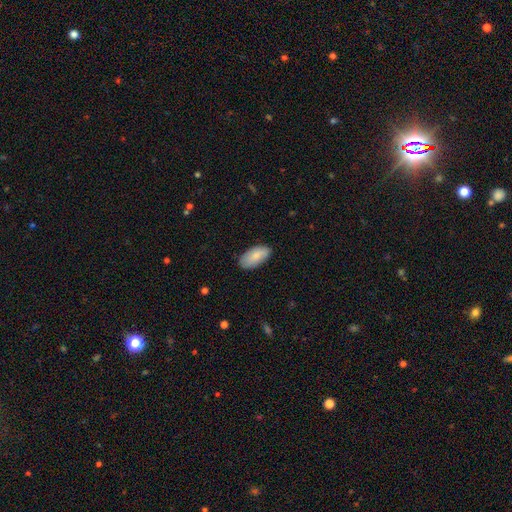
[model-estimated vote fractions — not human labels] smooth 84%, featured or disk 10%, star or artifact 6%. Down the decision tree: how rounded — in between (94%); merging — none (84%).